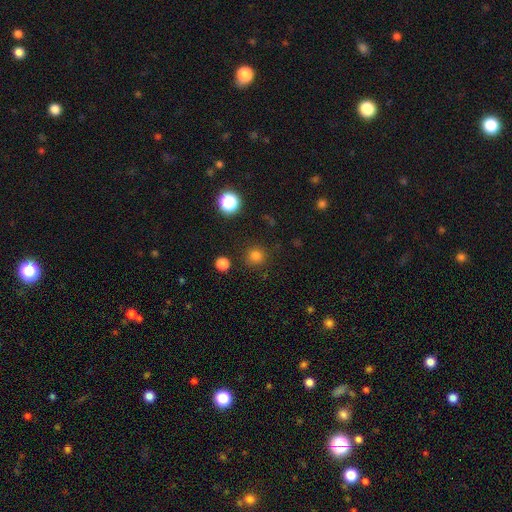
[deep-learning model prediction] Smooth or featured? Predicted: smooth (p=0.79). How rounded? Predicted: round (p=0.94). Merging? Predicted: none (p=0.88).